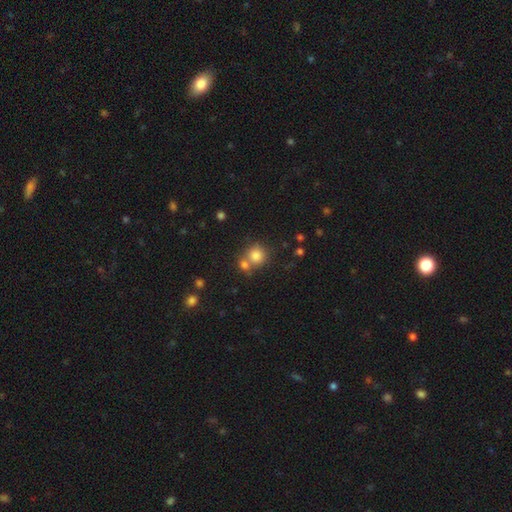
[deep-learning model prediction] smooth_or_featured: smooth (p=0.80) [alt: star or artifact p=0.11]
how_rounded: round (p=0.87) [alt: in between p=0.12]
merging: none (p=0.53) [alt: merger p=0.35]